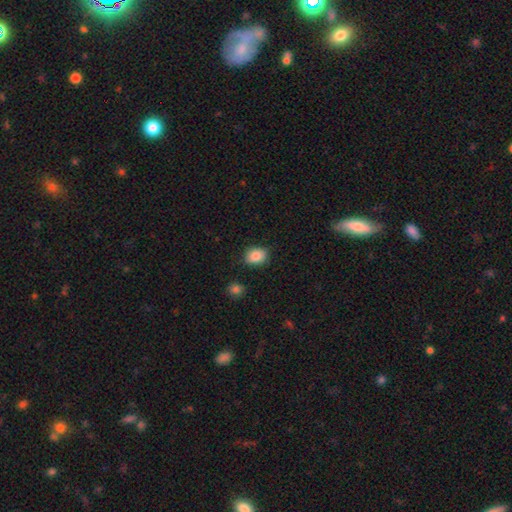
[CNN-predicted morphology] Overall: smooth (85%). How rounded: in between (62%; round 37%). Merging: none (82%).